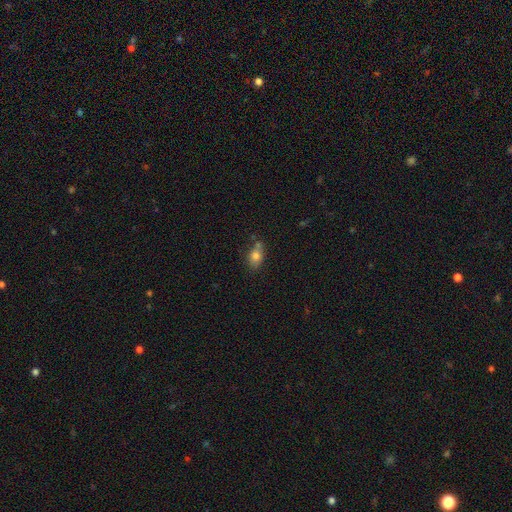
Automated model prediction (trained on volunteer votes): A smooth galaxy with no disk features (77%) that is in between round and cigar-shaped (74%). Merging: none (57%).